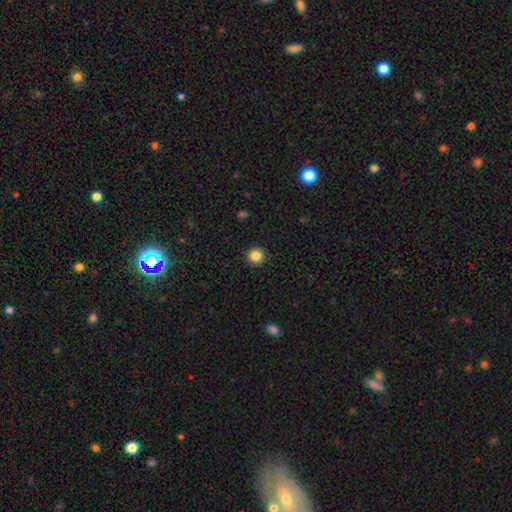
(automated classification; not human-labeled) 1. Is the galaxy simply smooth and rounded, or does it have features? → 86% smooth, 11% star or artifact, 4% featured or disk.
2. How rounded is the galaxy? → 95% round, 4% in between, 1% cigar-shaped.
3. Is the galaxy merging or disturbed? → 93% none, 5% minor disturbance, 2% major disturbance, 1% merger.